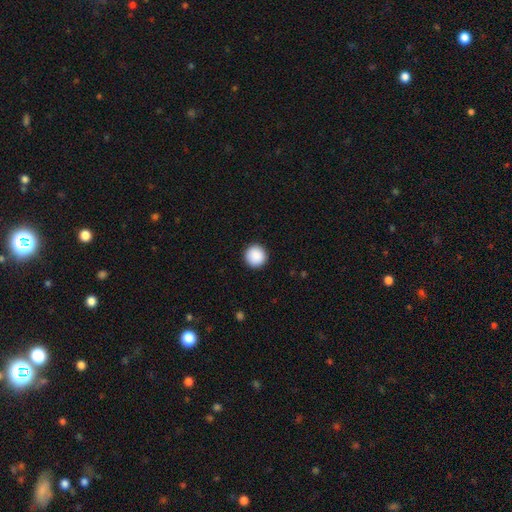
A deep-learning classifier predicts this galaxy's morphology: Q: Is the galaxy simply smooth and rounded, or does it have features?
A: smooth — 90%.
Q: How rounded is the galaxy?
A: round — 96%.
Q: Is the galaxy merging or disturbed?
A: none — 93%.